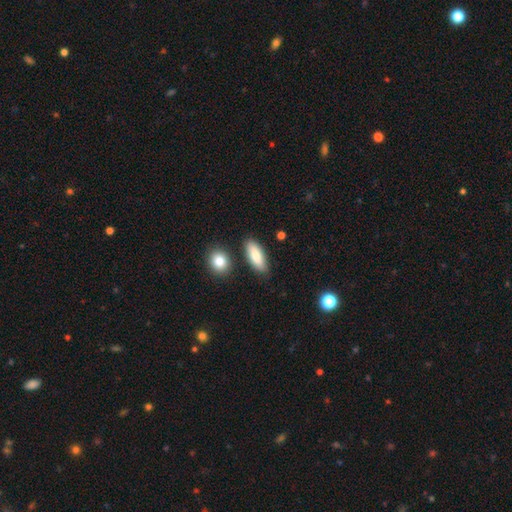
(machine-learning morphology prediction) Q: Smooth or featured?
A: smooth (81%); runner-up: featured or disk (13%)
Q: How rounded?
A: in between (76%); runner-up: cigar-shaped (21%)
Q: Merging?
A: none (82%); runner-up: minor disturbance (10%)